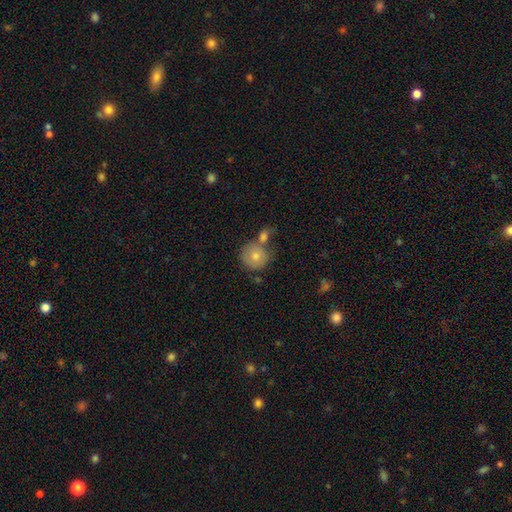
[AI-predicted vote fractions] Smooth or featured: smooth — 75% (featured or disk — 17%)
How rounded: round — 88% (in between — 11%)
Merging: none — 49% (merger — 33%)